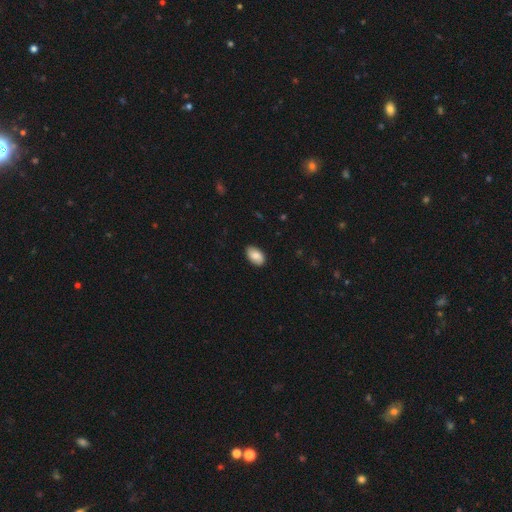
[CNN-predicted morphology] smooth 81%, featured or disk 12%, star or artifact 7%. Down the decision tree: how rounded — in between (93%); merging — none (86%).